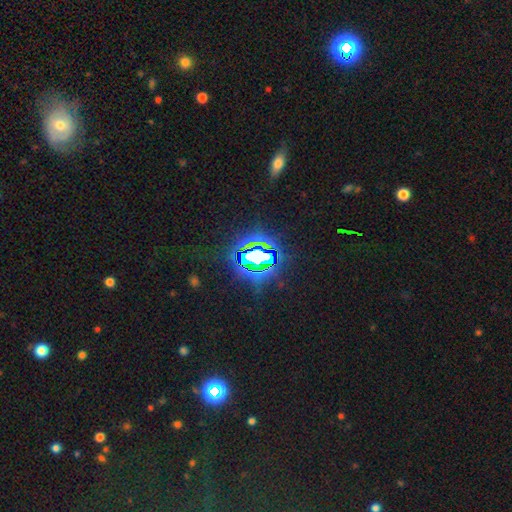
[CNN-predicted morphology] Smooth or featured: star or artifact — 76% (smooth — 13%)